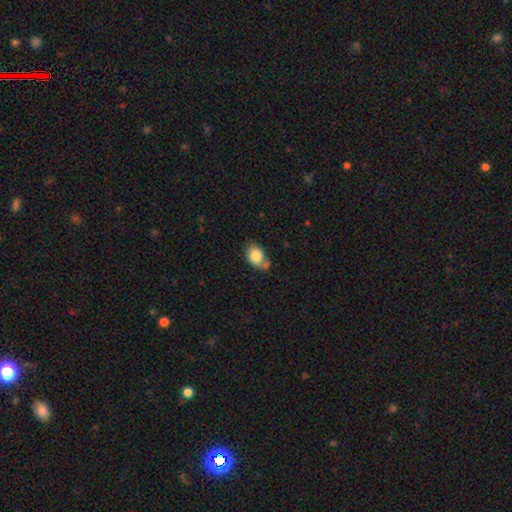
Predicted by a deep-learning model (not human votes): This appears to be a smooth galaxy with no disk features (82%) that is in between round and cigar-shaped (70%). Merging: none (47%).